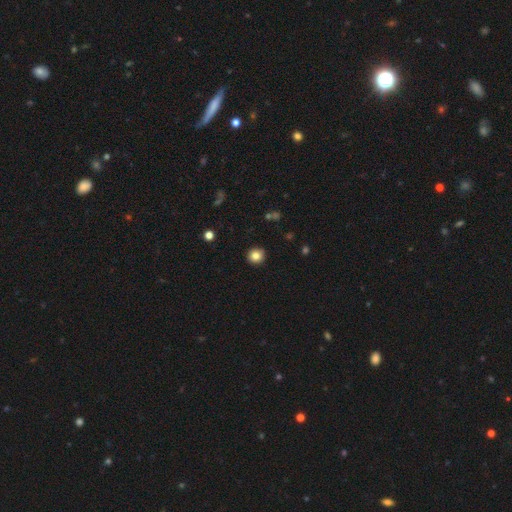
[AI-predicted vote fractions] A smooth galaxy with no disk features (83%) that is round (92%).

Vote fractions:
- Smooth or featured? smooth: 83% / star or artifact: 10% / featured or disk: 7%
- How rounded? round: 92% / in between: 7% / cigar-shaped: 1%
- Merging? none: 91% / minor disturbance: 6% / major disturbance: 2% / merger: 1%